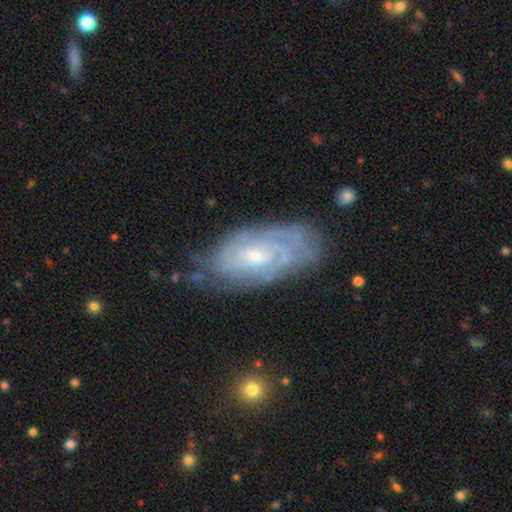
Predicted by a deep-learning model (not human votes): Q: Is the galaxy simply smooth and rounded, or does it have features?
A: featured or disk — 80%.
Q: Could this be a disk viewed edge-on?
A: no — 94%.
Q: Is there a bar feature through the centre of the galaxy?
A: no — 61%.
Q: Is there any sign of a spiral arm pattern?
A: yes — 92%.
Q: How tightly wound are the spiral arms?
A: tight — 72%.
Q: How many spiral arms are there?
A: can't tell — 52%.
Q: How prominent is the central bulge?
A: small — 63%.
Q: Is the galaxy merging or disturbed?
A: none — 69%.